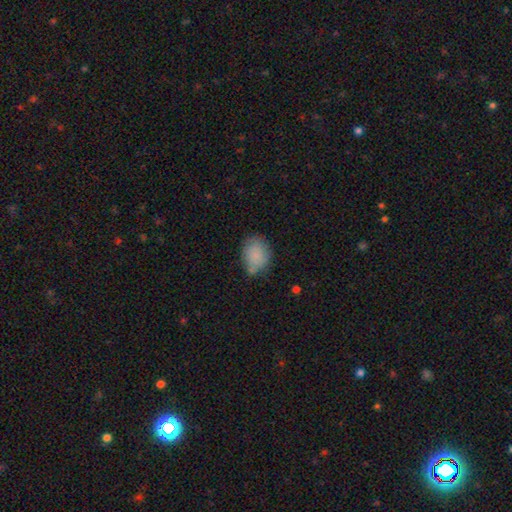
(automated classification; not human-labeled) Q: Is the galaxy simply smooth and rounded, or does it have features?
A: smooth — 84%.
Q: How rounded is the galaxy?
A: in between — 60%.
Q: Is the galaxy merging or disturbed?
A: none — 64%.